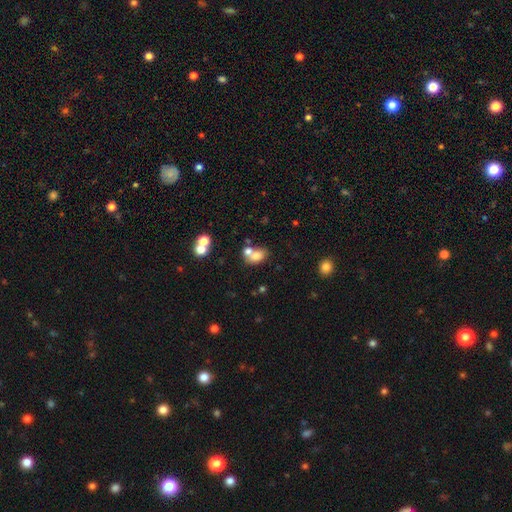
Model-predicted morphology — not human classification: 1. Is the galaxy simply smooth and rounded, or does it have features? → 71% smooth, 16% featured or disk, 13% star or artifact.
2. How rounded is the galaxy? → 69% in between, 30% round, 1% cigar-shaped.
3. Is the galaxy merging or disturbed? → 44% merger, 40% none, 11% minor disturbance, 5% major disturbance.